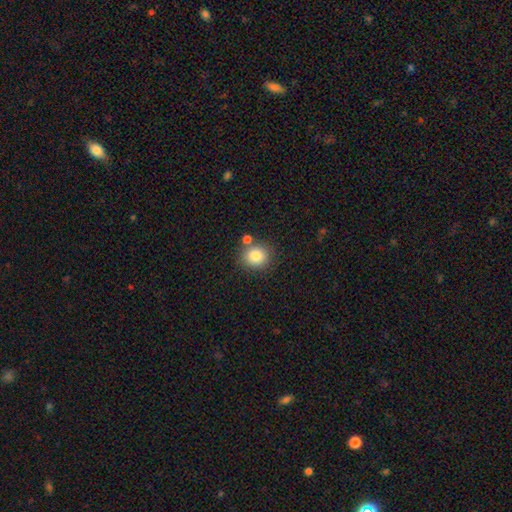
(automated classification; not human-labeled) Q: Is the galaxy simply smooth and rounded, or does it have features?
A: smooth — 83%.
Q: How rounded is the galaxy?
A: round — 82%.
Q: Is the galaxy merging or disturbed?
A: none — 73%.